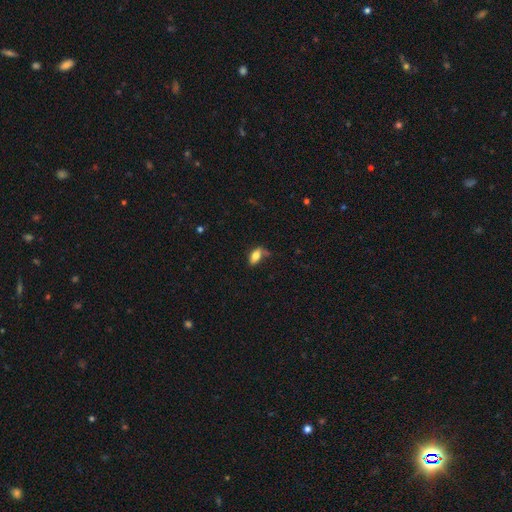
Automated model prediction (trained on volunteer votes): The model was most divided on "merging": none: 49%, minor disturbance: 31%, major disturbance: 12%, merger: 8%. More confident: how rounded — in between (87%); smooth or featured — smooth (75%).